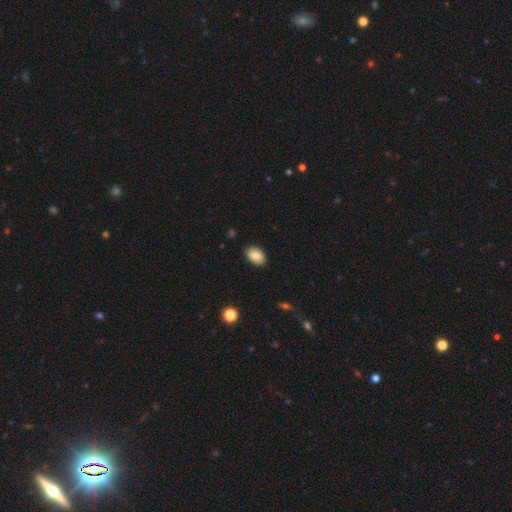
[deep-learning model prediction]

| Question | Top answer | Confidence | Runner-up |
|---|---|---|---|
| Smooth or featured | smooth | 85% | star or artifact (8%) |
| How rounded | in between | 87% | round (12%) |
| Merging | none | 86% | minor disturbance (11%) |